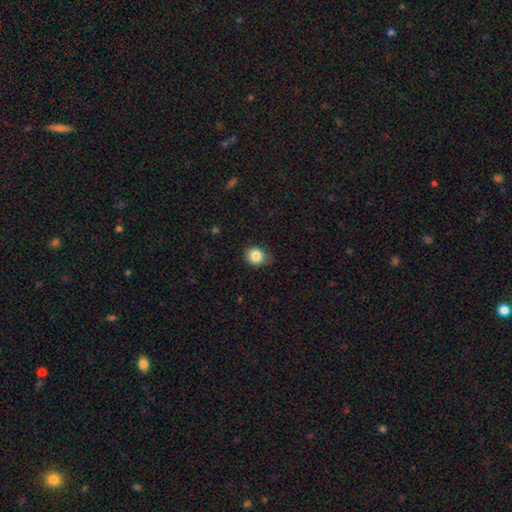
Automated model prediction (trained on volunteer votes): This is clearly a smooth galaxy (84%). How rounded: likely round (70%). Merging: likely none (66%).